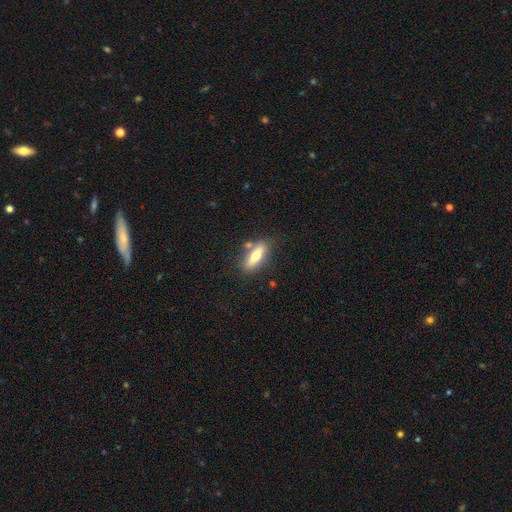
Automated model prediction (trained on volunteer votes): Smooth or featured: smooth — 68% (featured or disk — 25%)
How rounded: in between — 58% (cigar-shaped — 40%)
Merging: none — 76% (minor disturbance — 13%)